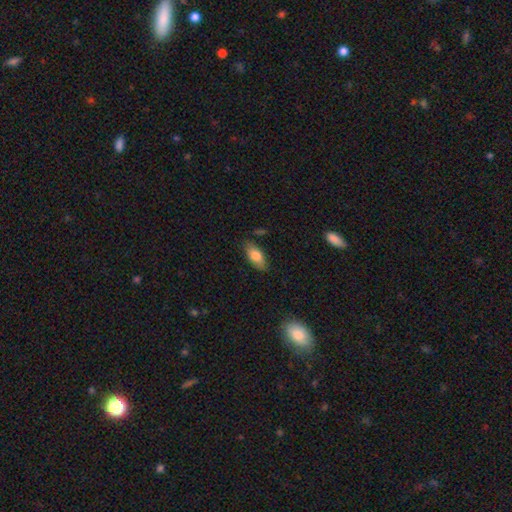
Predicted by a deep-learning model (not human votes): Smooth or featured?
  - smooth: 77% *
  - featured or disk: 16%
  - star or artifact: 7%
How rounded?
  - in between: 86% *
  - cigar-shaped: 12%
  - round: 3%
Merging?
  - none: 82% *
  - minor disturbance: 14%
  - major disturbance: 3%
  - merger: 2%